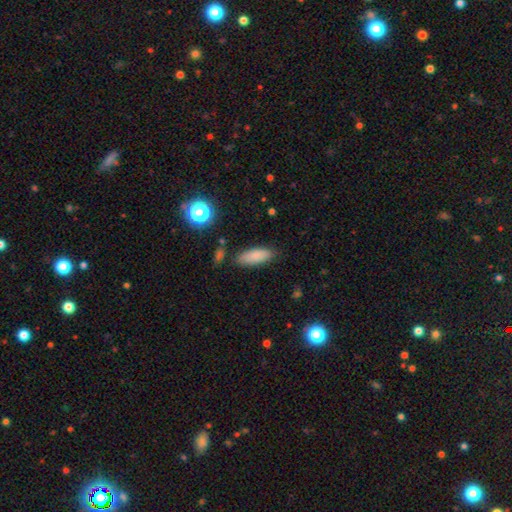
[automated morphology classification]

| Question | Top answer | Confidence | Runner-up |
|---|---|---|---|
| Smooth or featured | smooth | 83% | featured or disk (9%) |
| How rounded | in between | 74% | cigar-shaped (24%) |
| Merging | none | 82% | minor disturbance (12%) |